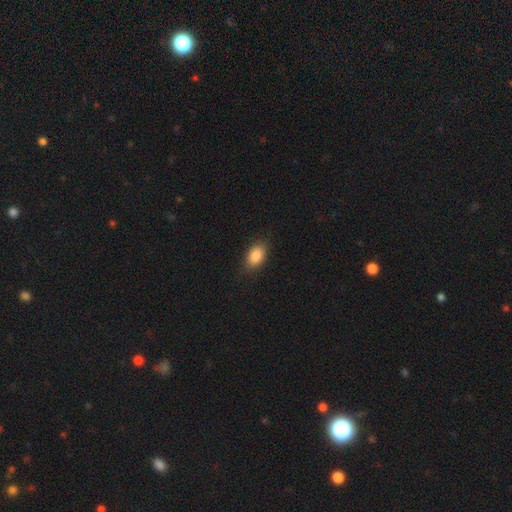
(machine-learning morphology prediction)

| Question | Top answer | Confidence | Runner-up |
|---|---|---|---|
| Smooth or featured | smooth | 87% | star or artifact (7%) |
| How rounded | in between | 89% | round (9%) |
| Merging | none | 86% | minor disturbance (11%) |